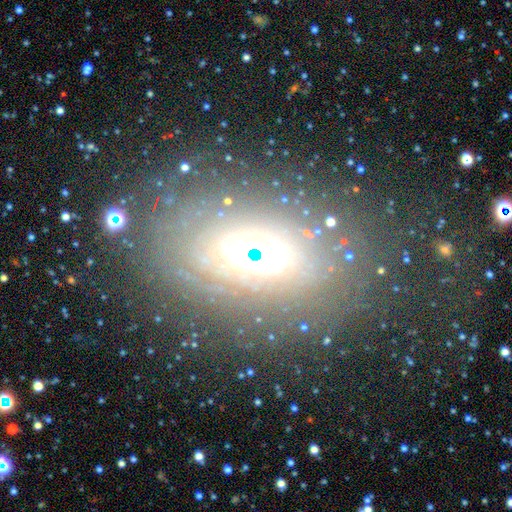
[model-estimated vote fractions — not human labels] A featured or disk galaxy (53%).

Vote fractions:
- Smooth or featured? featured or disk: 53% / smooth: 25% / star or artifact: 21%
- Edge-on disk? no: 83% / yes: 17%
- Merging? none: 74% / minor disturbance: 15% / major disturbance: 8% / merger: 2%